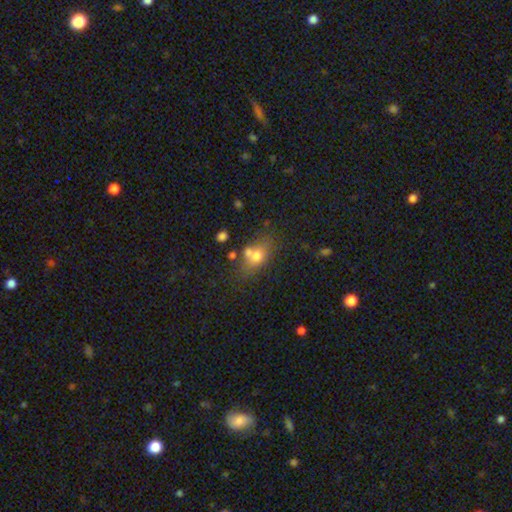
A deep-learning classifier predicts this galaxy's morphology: The model was most divided on "merging": none: 46%, merger: 29%, minor disturbance: 17%, major disturbance: 9%. More confident: smooth or featured — smooth (67%); how rounded — in between (64%).